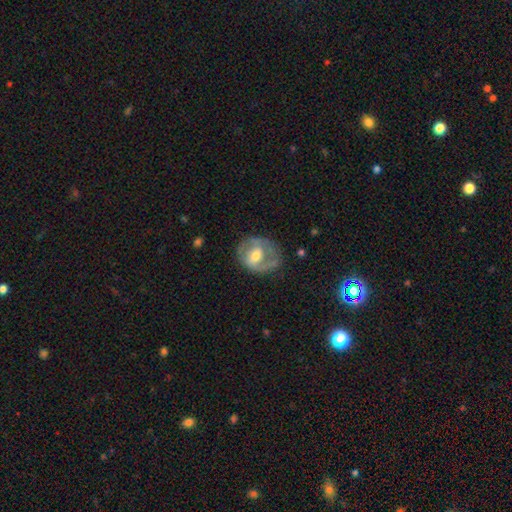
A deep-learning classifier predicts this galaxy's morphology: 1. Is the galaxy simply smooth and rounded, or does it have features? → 58% featured or disk, 36% smooth, 6% star or artifact.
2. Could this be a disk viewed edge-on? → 96% no, 4% yes.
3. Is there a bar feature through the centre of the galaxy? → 42% weak, 38% no, 20% strong.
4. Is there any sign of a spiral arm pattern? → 50% no (tied), 50% yes (tied).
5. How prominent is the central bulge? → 64% moderate, 24% small, 9% large, 2% none, 1% dominant.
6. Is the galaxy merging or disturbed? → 57% none, 24% minor disturbance, 16% major disturbance, 2% merger.